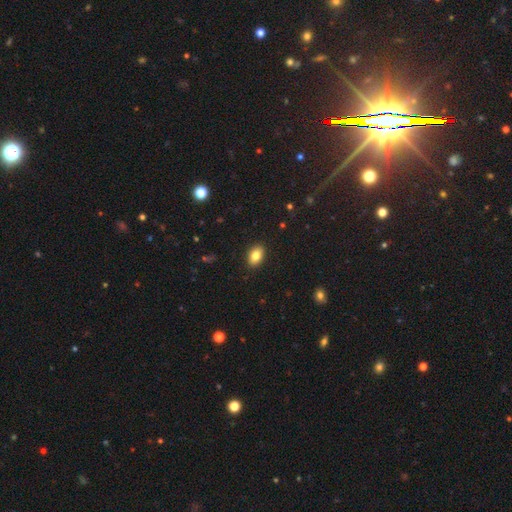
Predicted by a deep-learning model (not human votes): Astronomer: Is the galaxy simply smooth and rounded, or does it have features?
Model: smooth — 83%.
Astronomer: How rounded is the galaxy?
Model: in between — 87%.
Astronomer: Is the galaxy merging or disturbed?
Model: none — 90%.